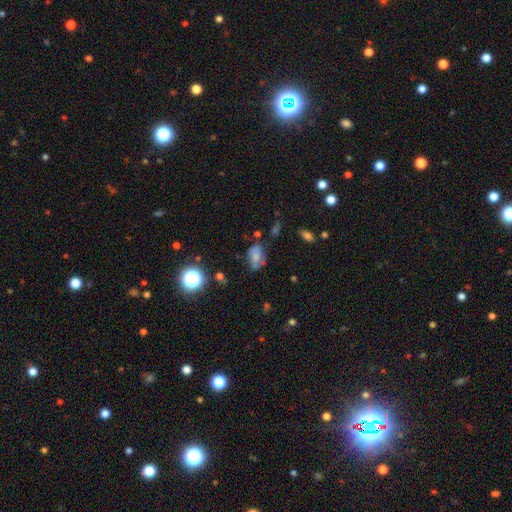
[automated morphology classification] Smooth or featured: smooth — 53% (featured or disk — 33%)
How rounded: in between — 83% (round — 15%)
Merging: none — 58% (minor disturbance — 27%)